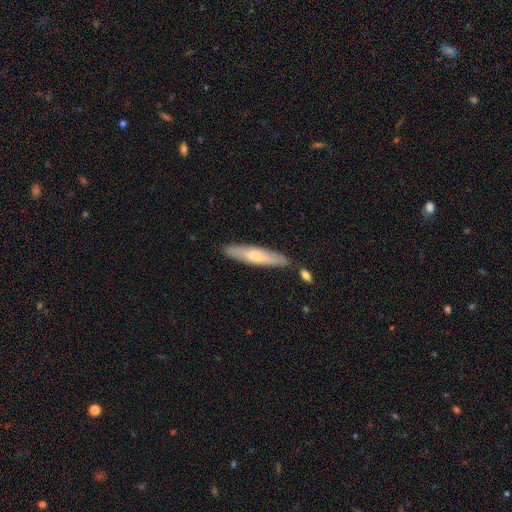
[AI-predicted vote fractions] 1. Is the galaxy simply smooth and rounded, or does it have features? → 59% smooth, 36% featured or disk, 5% star or artifact.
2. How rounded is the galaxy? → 82% cigar-shaped, 16% in between, 1% round.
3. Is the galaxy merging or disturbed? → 83% none, 11% minor disturbance, 4% merger, 2% major disturbance.